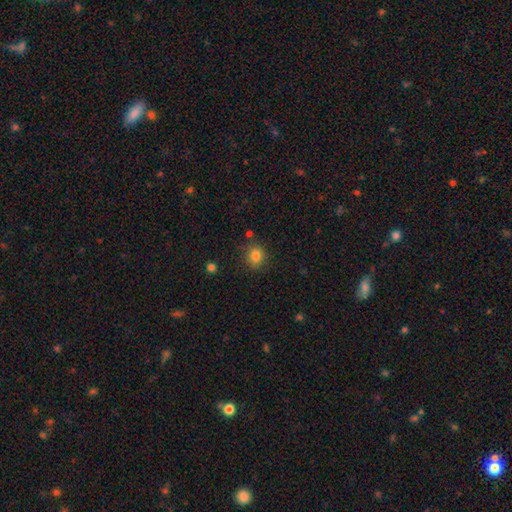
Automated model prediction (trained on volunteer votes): smooth_or_featured: smooth (p=0.82) [alt: star or artifact p=0.12]
how_rounded: round (p=0.70) [alt: in between p=0.29]
merging: none (p=0.81) [alt: minor disturbance p=0.12]